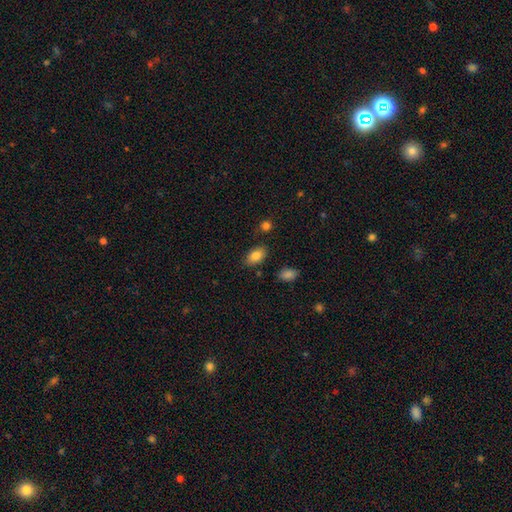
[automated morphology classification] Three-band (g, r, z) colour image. It shows a smooth galaxy with no disk features (84%) that is in between round and cigar-shaped (90%). Merging: none (80%).